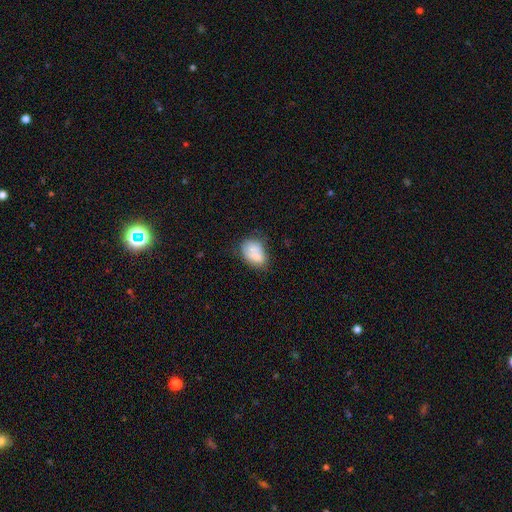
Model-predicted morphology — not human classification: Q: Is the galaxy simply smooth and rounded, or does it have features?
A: smooth — 72%.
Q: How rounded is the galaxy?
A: in between — 80%.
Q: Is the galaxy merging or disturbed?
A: none — 46%.